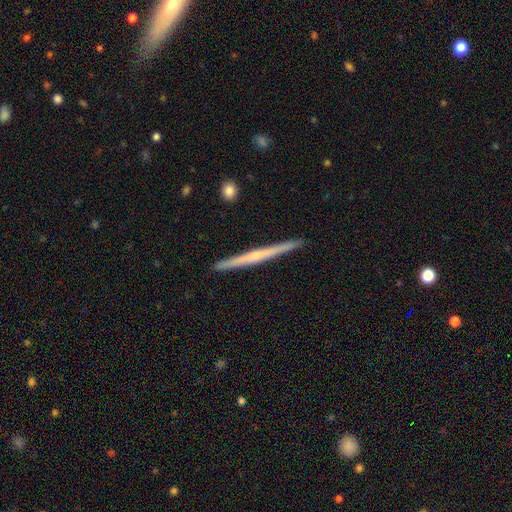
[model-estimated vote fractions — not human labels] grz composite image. It shows a featured or disk galaxy (68%) viewed edge-on (98%) with a rounded central bulge (52%). Merging: none (92%).